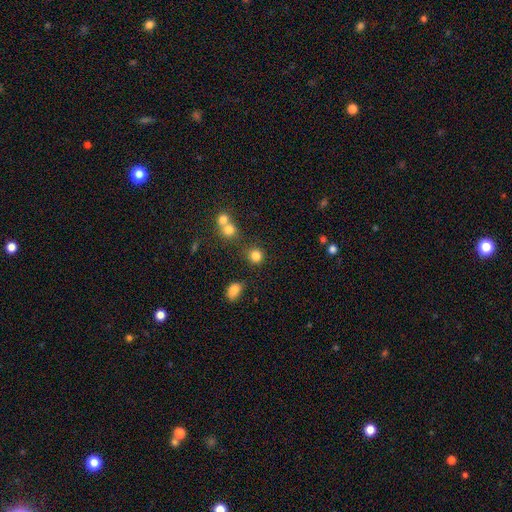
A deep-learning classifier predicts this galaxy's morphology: Smooth or featured? smooth (82%)
How rounded? round (90%)
Merging? none (76%)